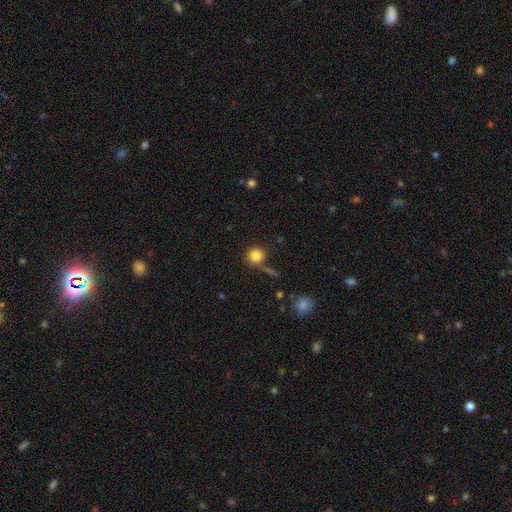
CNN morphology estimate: smooth 83%, star or artifact 10%, featured or disk 6%. Down the decision tree: how rounded — round (92%); merging — none (72%).